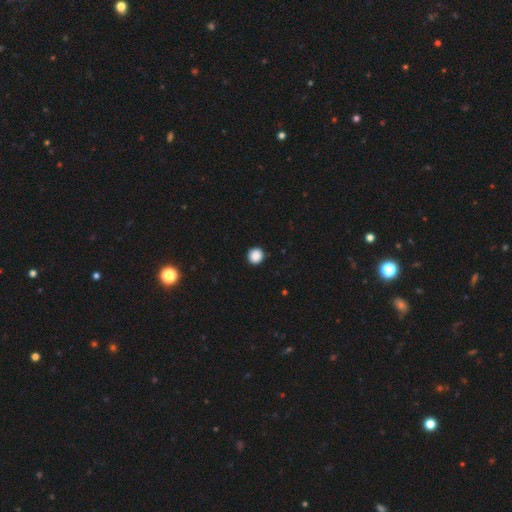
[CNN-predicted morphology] Overall: smooth (88%). How rounded: round (95%). Merging: none (93%).